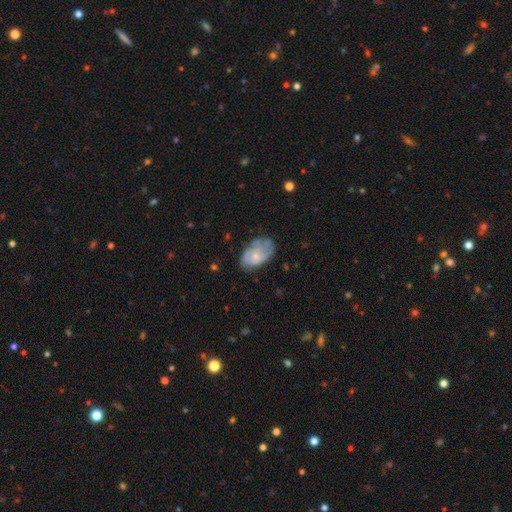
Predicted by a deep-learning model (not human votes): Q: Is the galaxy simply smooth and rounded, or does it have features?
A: featured or disk — 55%.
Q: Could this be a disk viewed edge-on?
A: no — 96%.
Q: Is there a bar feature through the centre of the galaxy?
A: no — 80%.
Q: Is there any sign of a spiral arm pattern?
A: yes — 70%.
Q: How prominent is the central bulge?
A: small — 66%.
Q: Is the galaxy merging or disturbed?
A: none — 54%.